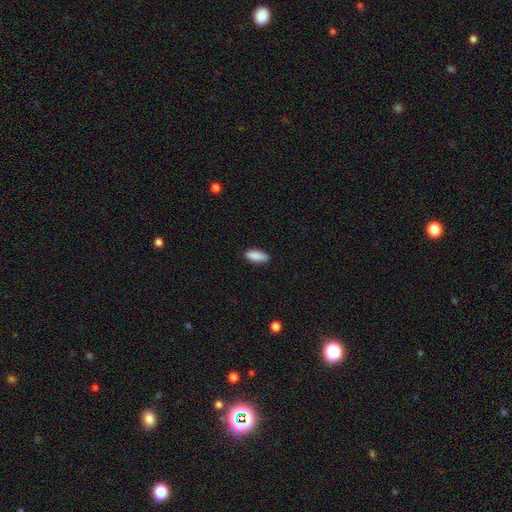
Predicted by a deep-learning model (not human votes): Smooth or featured: smooth — 90% (star or artifact — 6%)
How rounded: in between — 83% (cigar-shaped — 15%)
Merging: none — 87% (minor disturbance — 10%)